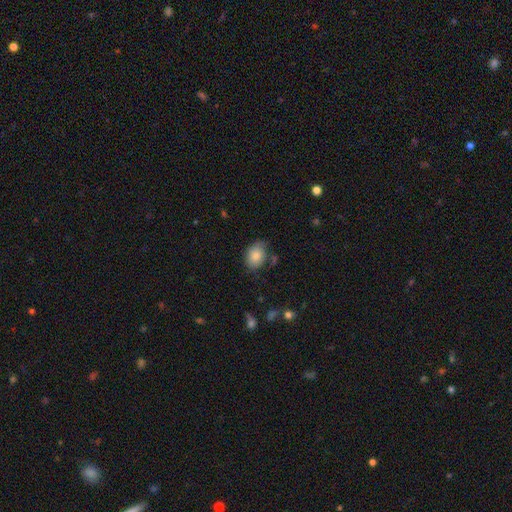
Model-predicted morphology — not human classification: Smooth or featured: smooth — 82% (featured or disk — 10%)
How rounded: in between — 73% (round — 26%)
Merging: none — 69% (minor disturbance — 23%)